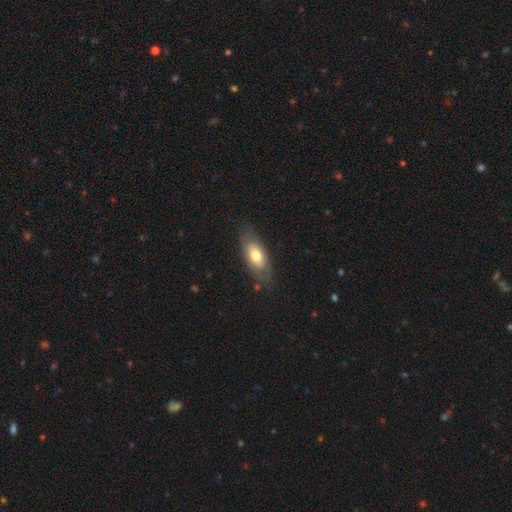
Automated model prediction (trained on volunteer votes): This is likely a smooth galaxy (66%). How rounded: clearly in between (85%). Merging: likely none (76%).